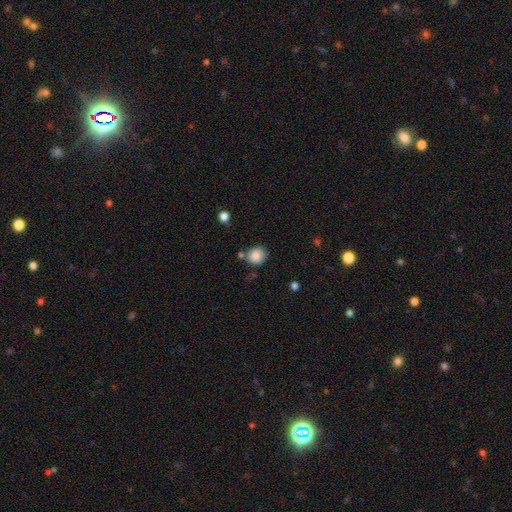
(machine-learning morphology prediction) smooth_or_featured: smooth (p=0.86) [alt: star or artifact p=0.09]
how_rounded: round (p=0.83) [alt: in between p=0.17]
merging: none (p=0.69) [alt: minor disturbance p=0.17]